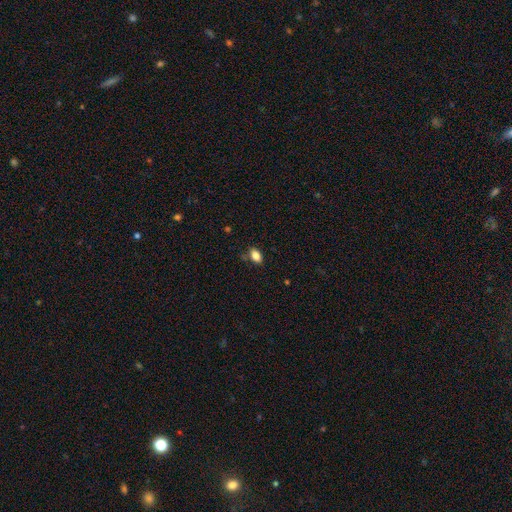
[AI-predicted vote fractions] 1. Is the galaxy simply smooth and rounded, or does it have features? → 84% smooth, 9% star or artifact, 7% featured or disk.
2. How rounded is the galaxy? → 89% in between, 8% round, 3% cigar-shaped.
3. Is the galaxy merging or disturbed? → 79% none, 15% minor disturbance, 3% major disturbance, 3% merger.